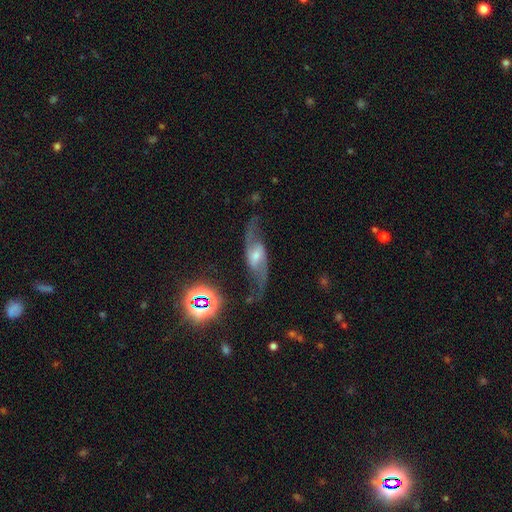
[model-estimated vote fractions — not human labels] Smooth or featured?
  - featured or disk: 83% *
  - star or artifact: 10%
  - smooth: 7%
Edge-on disk?
  - no: 91% *
  - yes: 9%
Bar?
  - weak: 45% *
  - strong: 28%
  - no: 28%
Spiral arms?
  - yes: 96% *
  - no: 4%
Spiral winding?
  - loose: 65% *
  - medium: 29%
  - tight: 6%
Spiral arm count?
  - 2: 93% *
  - can't tell: 3%
  - 1: 2%
  - 3: 1%
  - 4: 1%
  - more than 4: 1%
Bulge size?
  - small: 44% * (tied)
  - moderate: 44% * (tied)
  - large: 5%
  - none: 5%
  - dominant: 1%
Merging?
  - none: 75% *
  - minor disturbance: 14%
  - major disturbance: 8%
  - merger: 2%